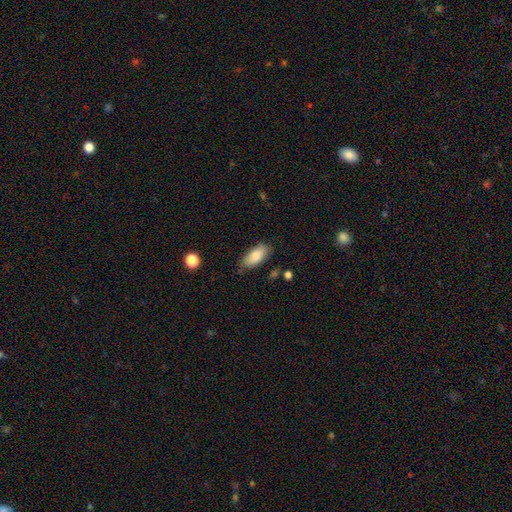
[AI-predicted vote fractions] This appears to be a smooth galaxy with no disk features (85%) that is in between round and cigar-shaped (89%). Merging: none (77%).